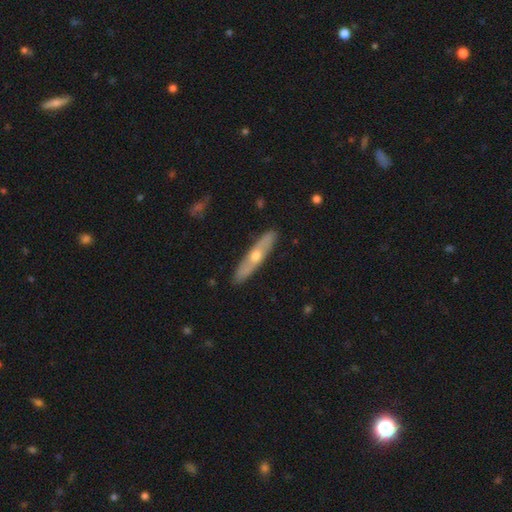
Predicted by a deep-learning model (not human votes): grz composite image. It shows a featured or disk galaxy (55%) viewed edge-on (77%). Merging: none (89%).